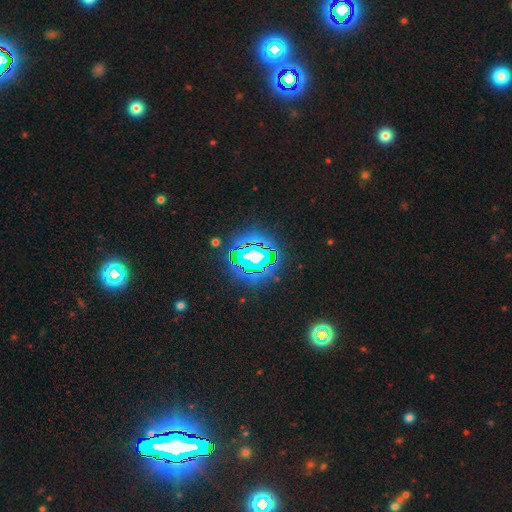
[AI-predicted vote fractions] Smooth or featured? Predicted: star or artifact (p=0.82).